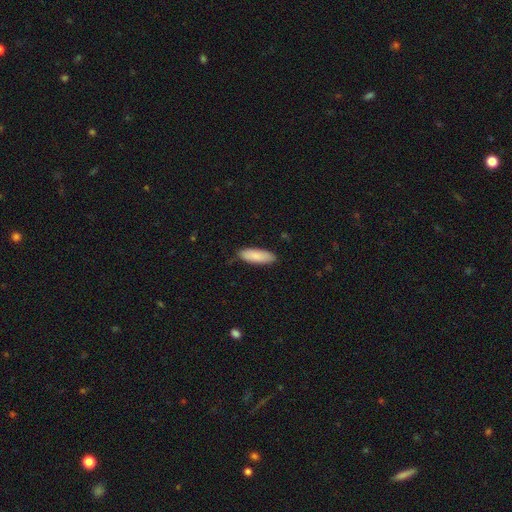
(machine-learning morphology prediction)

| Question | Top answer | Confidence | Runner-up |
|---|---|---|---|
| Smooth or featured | smooth | 88% | featured or disk (7%) |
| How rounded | in between | 61% | cigar-shaped (38%) |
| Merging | none | 83% | minor disturbance (13%) |